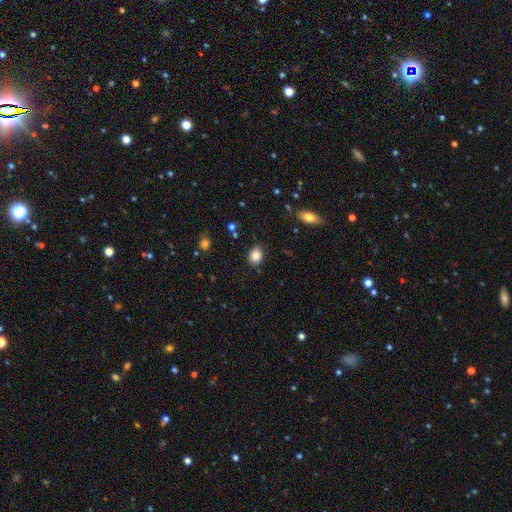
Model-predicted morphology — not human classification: smooth 86%, star or artifact 9%, featured or disk 5%. Down the decision tree: how rounded — in between (59%); merging — none (86%).